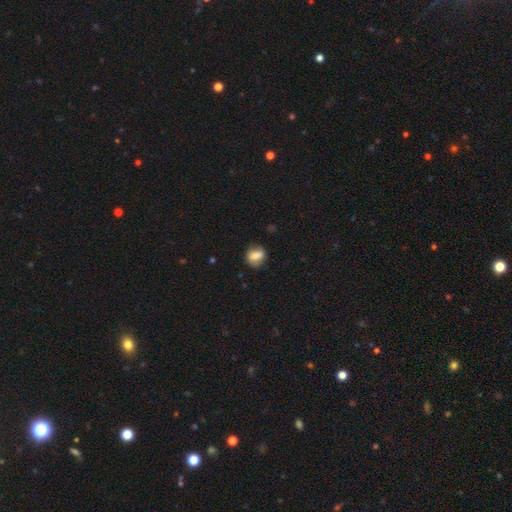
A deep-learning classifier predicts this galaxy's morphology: Smooth or featured?
  - smooth: 72% *
  - featured or disk: 19%
  - star or artifact: 9%
How rounded?
  - round: 49% *
  - in between: 48%
  - cigar-shaped: 3%
Merging?
  - none: 71% *
  - minor disturbance: 20%
  - major disturbance: 6%
  - merger: 2%